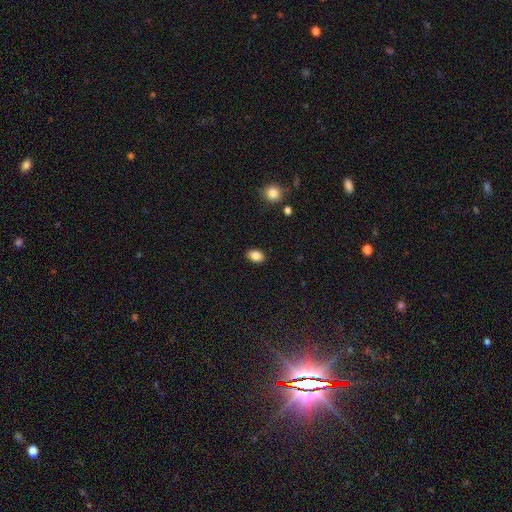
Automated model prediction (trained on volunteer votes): Q: Smooth or featured?
A: smooth (85%); runner-up: star or artifact (9%)
Q: How rounded?
A: in between (83%); runner-up: round (16%)
Q: Merging?
A: none (88%); runner-up: minor disturbance (9%)